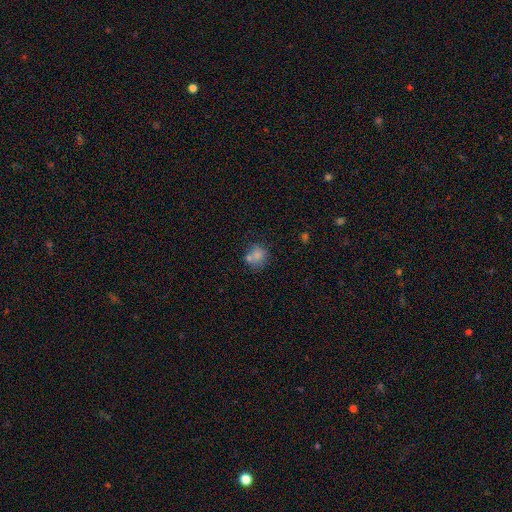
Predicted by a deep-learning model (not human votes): Smooth or featured? Predicted: smooth (p=0.76). How rounded? Predicted: round (p=0.75). Merging? Predicted: none (p=0.49).